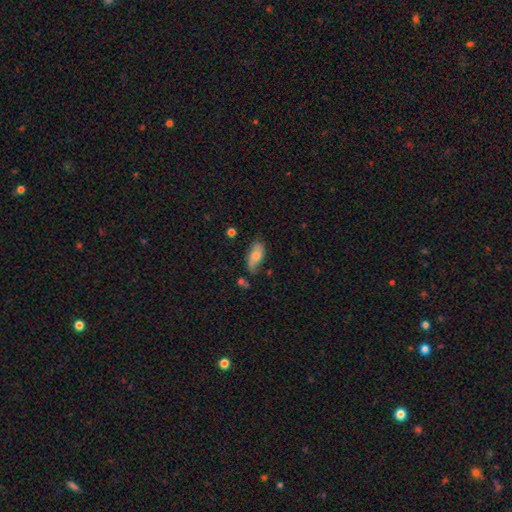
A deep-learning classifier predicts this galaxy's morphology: smooth_or_featured: smooth (p=0.72) [alt: featured or disk p=0.21]
how_rounded: in between (p=0.85) [alt: cigar-shaped p=0.12]
merging: none (p=0.62) [alt: minor disturbance p=0.28]